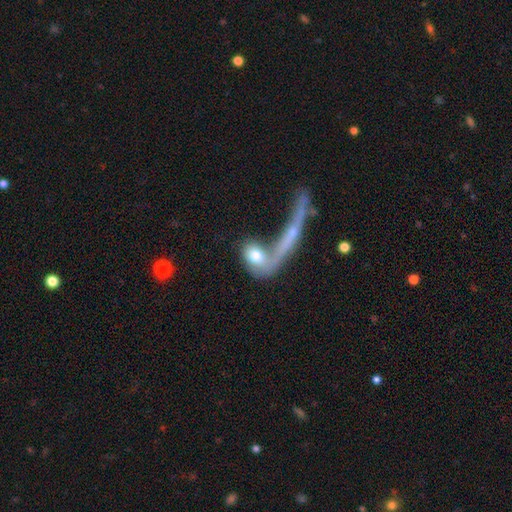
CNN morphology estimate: Q: Smooth or featured?
A: smooth (69%); runner-up: featured or disk (23%)
Q: How rounded?
A: in between (54%); runner-up: round (35%)
Q: Merging?
A: merger (39%); runner-up: none (35%)